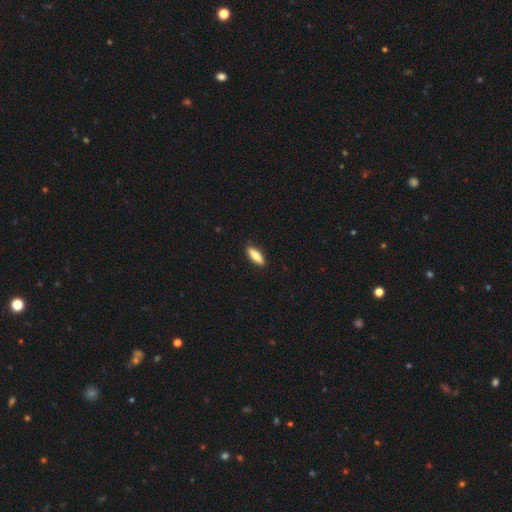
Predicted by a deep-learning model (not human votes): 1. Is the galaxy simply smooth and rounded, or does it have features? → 81% smooth, 13% featured or disk, 6% star or artifact.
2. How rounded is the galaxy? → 51% in between, 47% cigar-shaped, 2% round.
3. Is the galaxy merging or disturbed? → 88% none, 9% minor disturbance, 2% major disturbance, 1% merger.